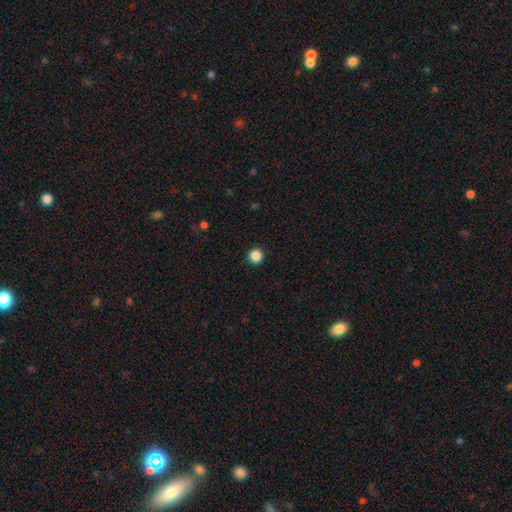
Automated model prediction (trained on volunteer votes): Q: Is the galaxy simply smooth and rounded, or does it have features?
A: smooth — 87%.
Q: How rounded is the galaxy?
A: round — 96%.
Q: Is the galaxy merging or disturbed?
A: none — 93%.